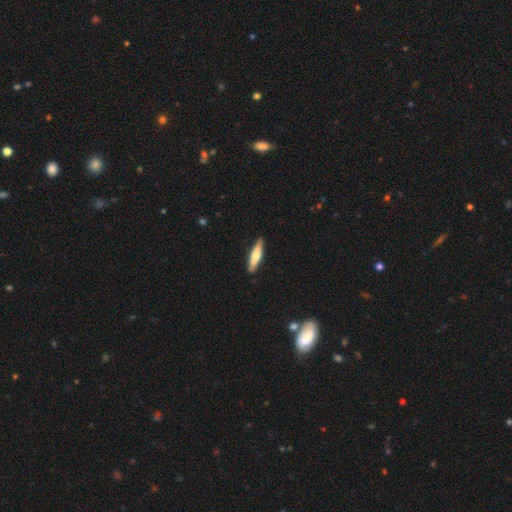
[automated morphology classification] The model was most divided on "smooth or featured": smooth: 60%, featured or disk: 35%, star or artifact: 5%. More confident: merging — none (88%); how rounded — cigar-shaped (80%).